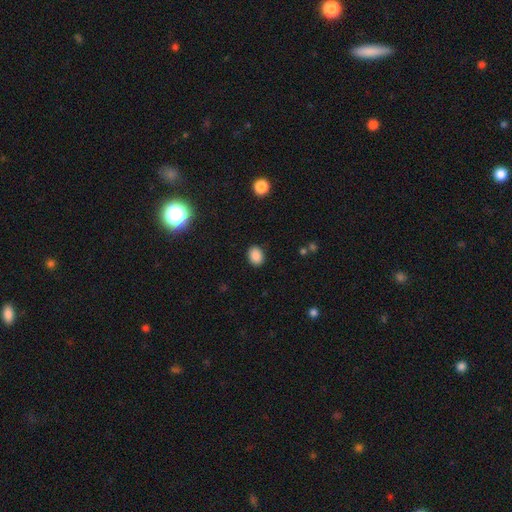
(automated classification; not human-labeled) This appears to be a smooth galaxy with no disk features (87%) that is in between round and cigar-shaped (64%). Merging: none (89%).